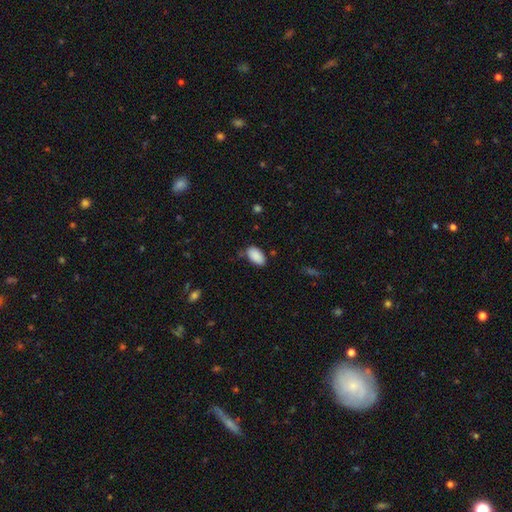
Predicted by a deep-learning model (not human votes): Morphology: type=smooth (90%); roundness=in between (95%); merging=none (76%).